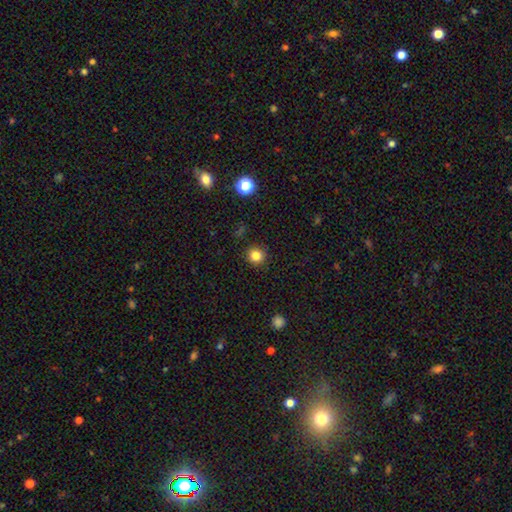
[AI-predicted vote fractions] smooth-or-featured: smooth: 83% | star or artifact: 13% | featured or disk: 5%
  how-rounded: round: 93% | in between: 6% | cigar-shaped: 1%
  merging: none: 91% | minor disturbance: 6% | major disturbance: 2% | merger: 1%